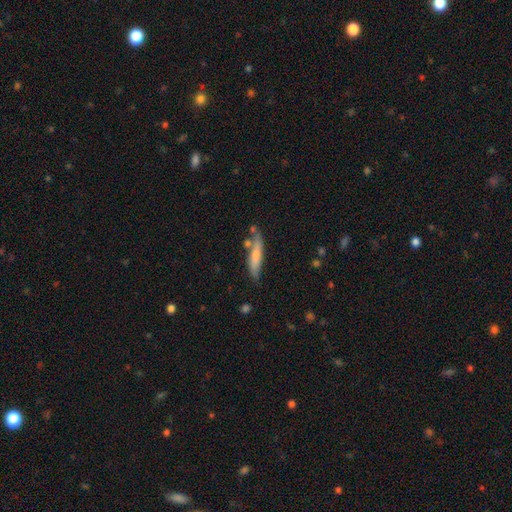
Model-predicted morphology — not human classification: Smooth or featured? Predicted: smooth (p=0.61). How rounded? Predicted: cigar-shaped (p=0.83). Merging? Predicted: none (p=0.63).